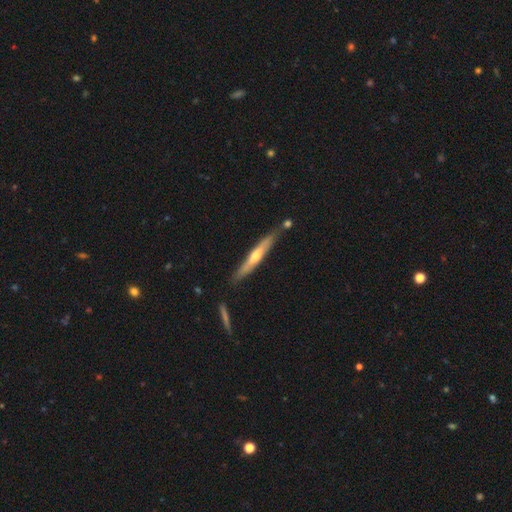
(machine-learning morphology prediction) type=featured or disk (58%); edge-on=yes (93%); edge-on bulge=rounded (76%); merging=none (78%).